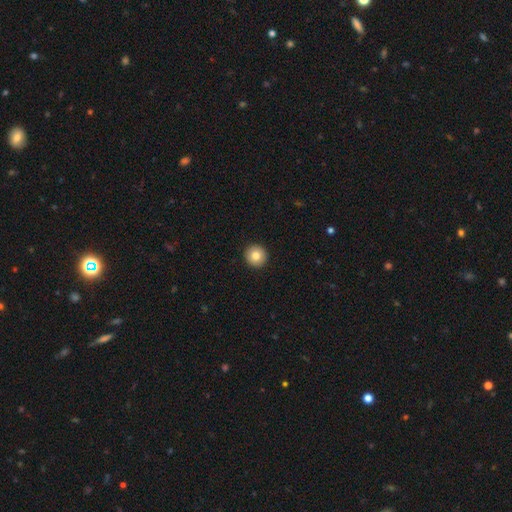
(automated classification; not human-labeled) The model was most divided on "smooth or featured": smooth: 81%, featured or disk: 10%, star or artifact: 9%. More confident: how rounded — round (95%); merging — none (94%).